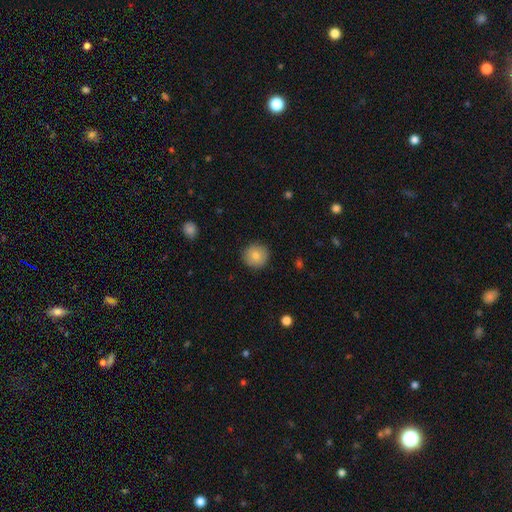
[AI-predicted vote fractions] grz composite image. It shows a smooth galaxy with no disk features (82%) that is round (94%). Merging: none (90%).